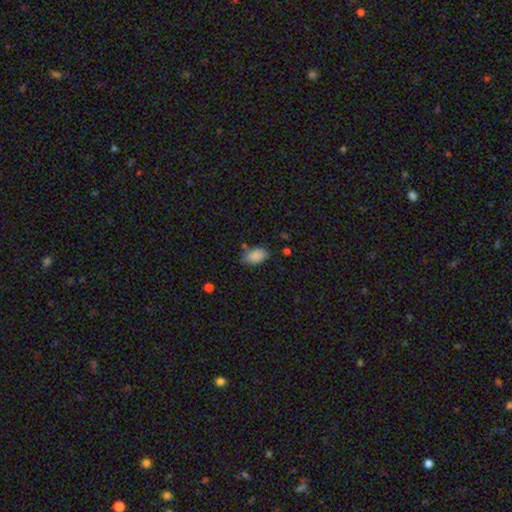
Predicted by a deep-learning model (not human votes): A smooth galaxy with no disk features (88%) that is in between round and cigar-shaped (91%). Merging: none (74%).